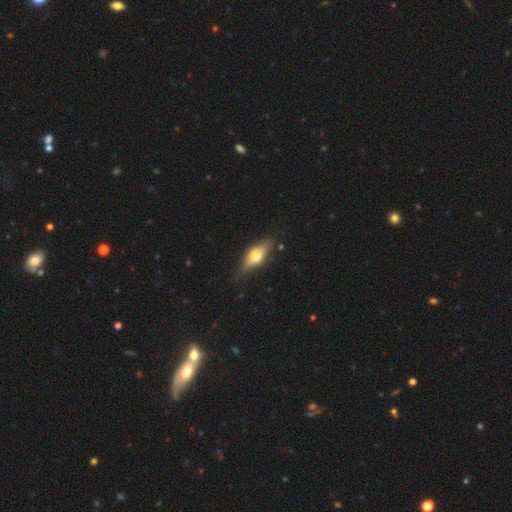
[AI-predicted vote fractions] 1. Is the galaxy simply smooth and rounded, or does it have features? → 49% smooth, 44% featured or disk, 7% star or artifact.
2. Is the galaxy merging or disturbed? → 78% none, 17% minor disturbance, 4% major disturbance, 2% merger.